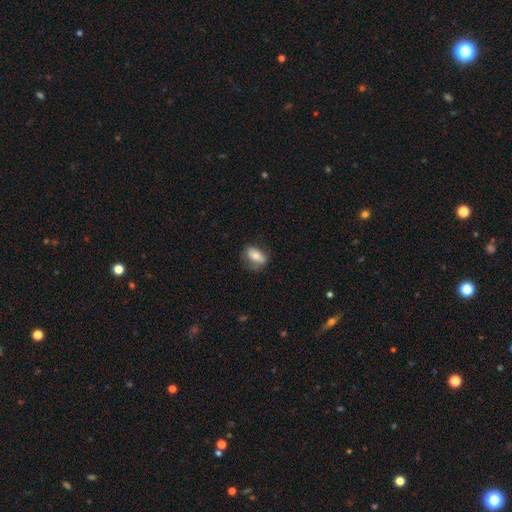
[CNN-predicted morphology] Q: Smooth or featured?
A: smooth (69%); runner-up: featured or disk (23%)
Q: How rounded?
A: in between (83%); runner-up: round (12%)
Q: Merging?
A: none (60%); runner-up: minor disturbance (27%)